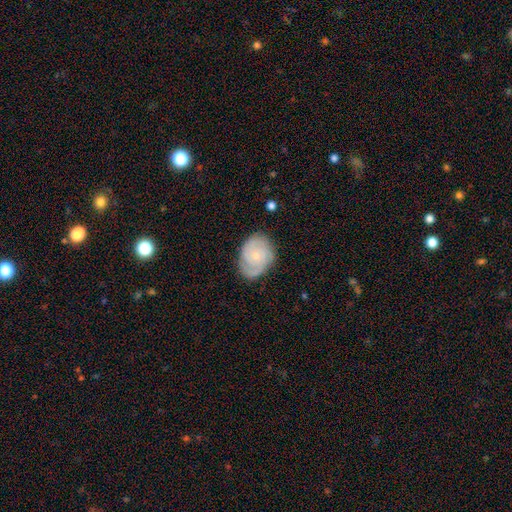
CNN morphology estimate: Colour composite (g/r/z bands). It shows a featured or disk galaxy (71%) with no bar (74%), 2 (46%) tight (61%) spiral arms (93%) and a small central bulge (74%). Merging: none (76%).